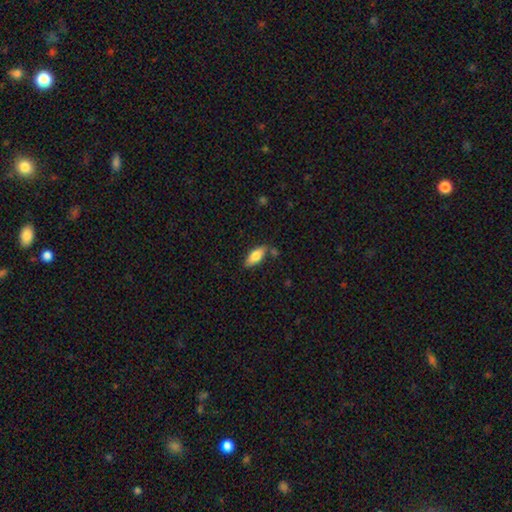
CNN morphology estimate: Smooth or featured: smooth — 76% (featured or disk — 18%)
How rounded: in between — 79% (cigar-shaped — 19%)
Merging: none — 74% (minor disturbance — 16%)